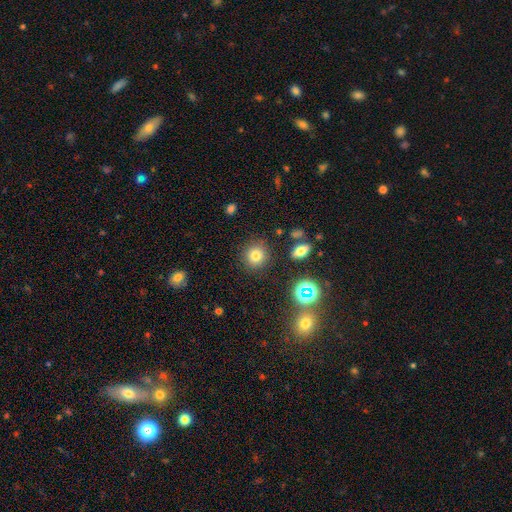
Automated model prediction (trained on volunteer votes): The model was most divided on "smooth or featured": smooth: 75%, star or artifact: 17%, featured or disk: 8%. More confident: how rounded — round (90%); merging — none (86%).